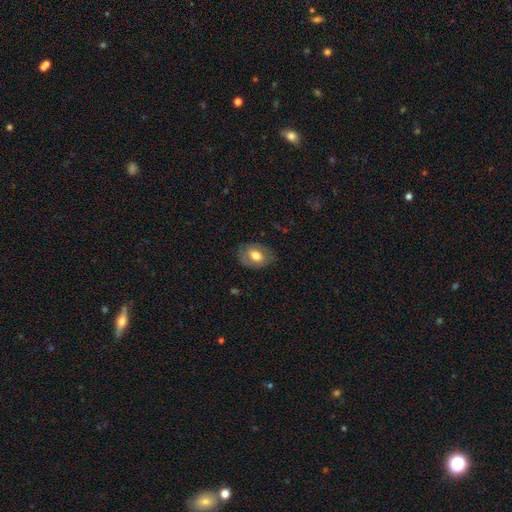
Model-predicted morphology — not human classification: The model was most divided on "smooth or featured": smooth: 65%, featured or disk: 28%, star or artifact: 7%. More confident: merging — none (76%); how rounded — in between (76%).